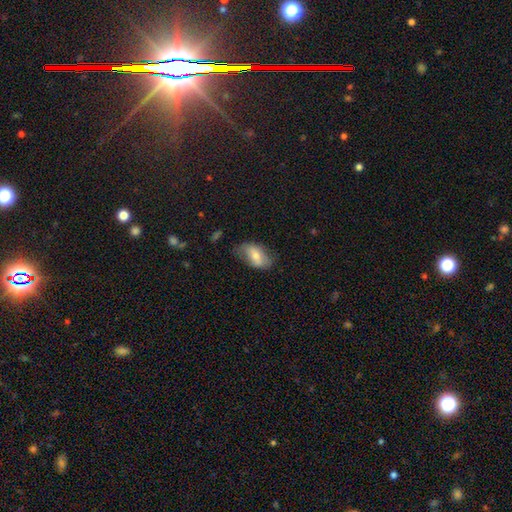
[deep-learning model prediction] This is likely a smooth galaxy (63%). How rounded: clearly in between (91%). Merging: possibly none (60%).